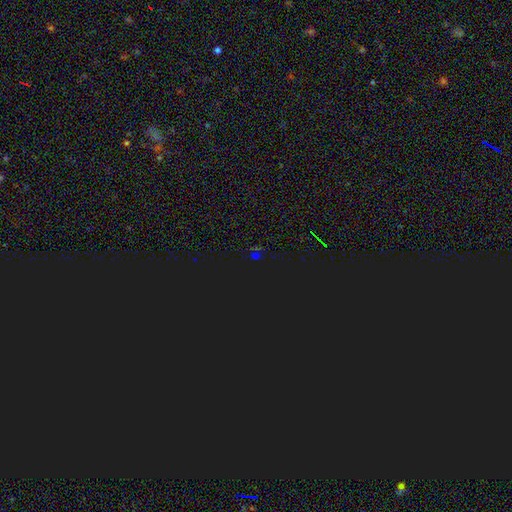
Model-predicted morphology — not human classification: Smooth or featured? star or artifact (76%)